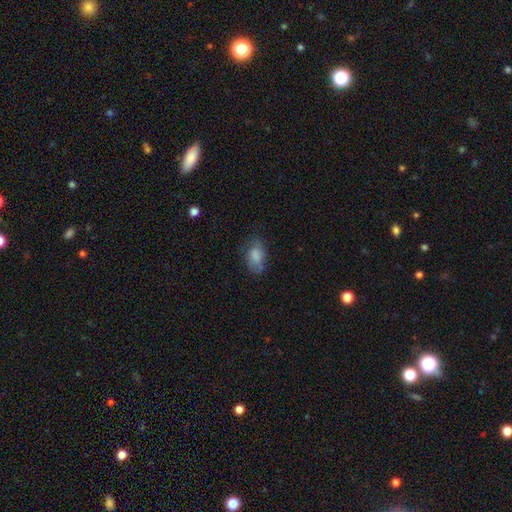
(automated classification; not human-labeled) Smooth or featured: smooth — 73% (featured or disk — 18%)
How rounded: in between — 90% (round — 8%)
Merging: none — 57% (minor disturbance — 28%)